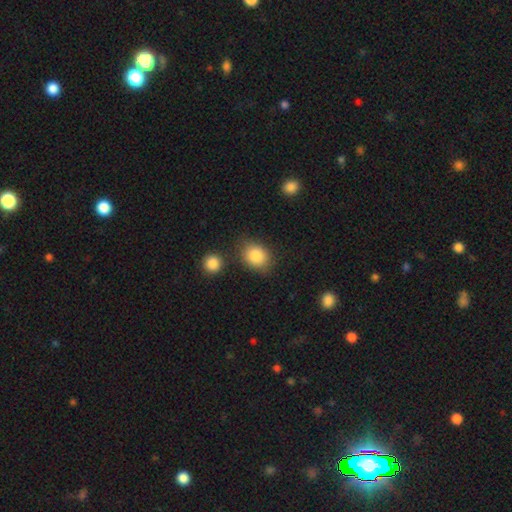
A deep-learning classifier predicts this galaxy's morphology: This appears to be a smooth galaxy with no disk features (86%) that is in between round and cigar-shaped (53%). Merging: none (74%).